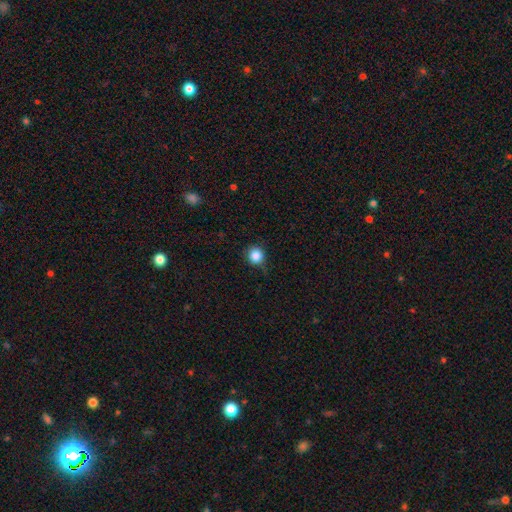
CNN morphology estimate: Smooth or featured: smooth — 86% (star or artifact — 10%)
How rounded: round — 90% (in between — 9%)
Merging: none — 75% (minor disturbance — 19%)